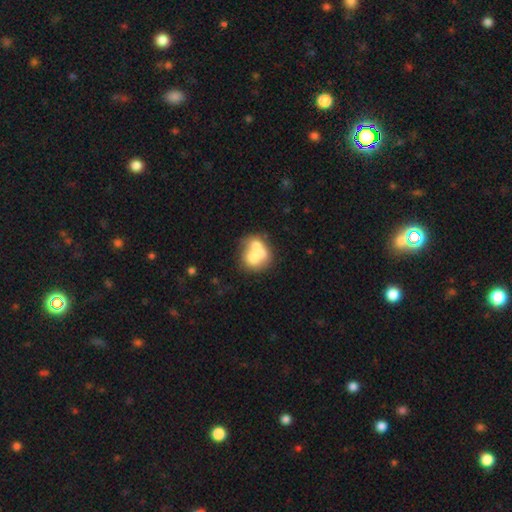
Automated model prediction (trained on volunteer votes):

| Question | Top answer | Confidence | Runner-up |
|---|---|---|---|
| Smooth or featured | smooth | 52% | featured or disk (38%) |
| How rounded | round | 63% | in between (36%) |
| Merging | merger | 64% | none (23%) |